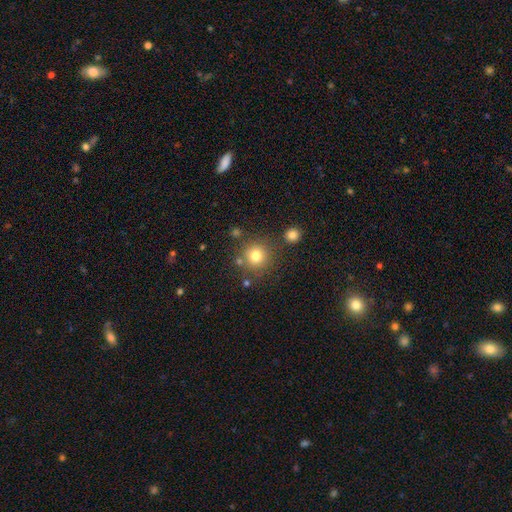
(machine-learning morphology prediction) Smooth or featured? Predicted: smooth (p=0.78). How rounded? Predicted: round (p=0.94). Merging? Predicted: none (p=0.80).